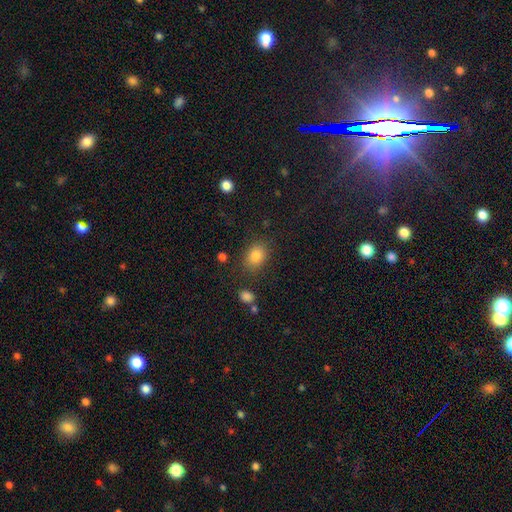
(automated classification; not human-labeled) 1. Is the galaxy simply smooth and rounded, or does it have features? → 83% smooth, 10% star or artifact, 6% featured or disk.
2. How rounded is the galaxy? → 61% in between, 38% round, 1% cigar-shaped.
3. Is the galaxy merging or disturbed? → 79% none, 13% minor disturbance, 5% major disturbance, 3% merger.